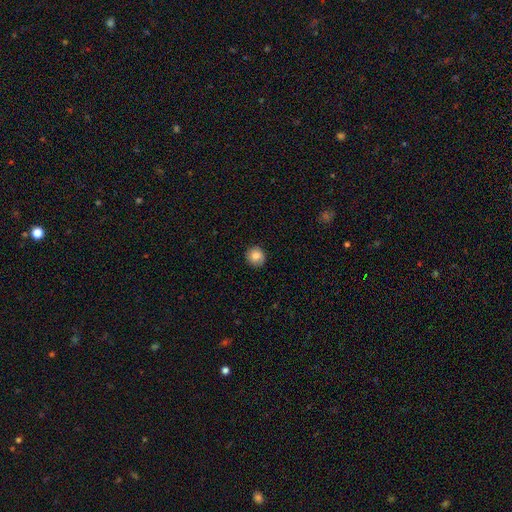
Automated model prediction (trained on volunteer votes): Smooth or featured? smooth (82%)
How rounded? round (90%)
Merging? none (88%)